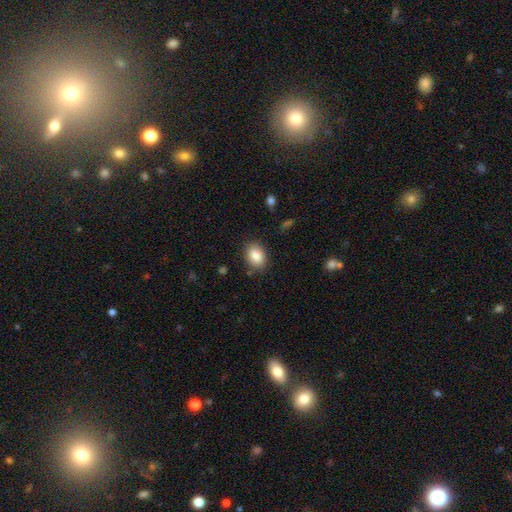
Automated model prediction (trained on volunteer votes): Q: Smooth or featured?
A: smooth (86%); runner-up: star or artifact (8%)
Q: How rounded?
A: in between (70%); runner-up: round (29%)
Q: Merging?
A: none (84%); runner-up: minor disturbance (11%)